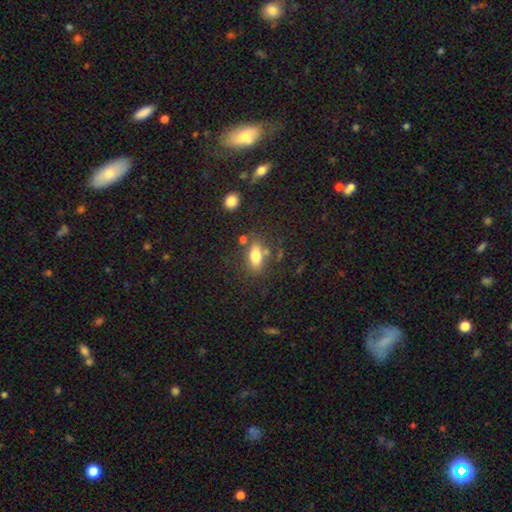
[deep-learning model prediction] smooth_or_featured: smooth (p=0.78) [alt: featured or disk p=0.13]
how_rounded: in between (p=0.83) [alt: cigar-shaped p=0.09]
merging: none (p=0.69) [alt: minor disturbance p=0.15]